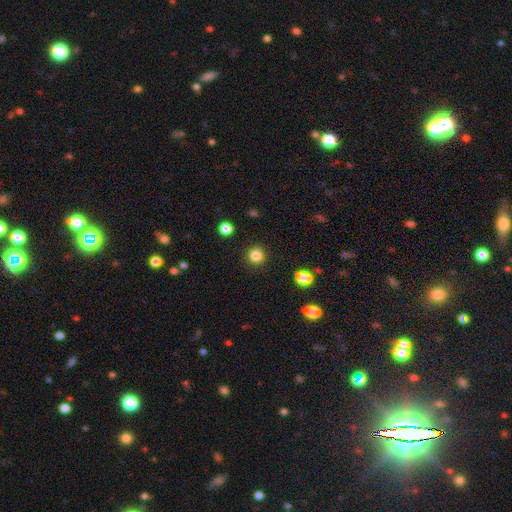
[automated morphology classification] Overall: smooth (83%). How rounded: round (94%). Merging: none (92%).